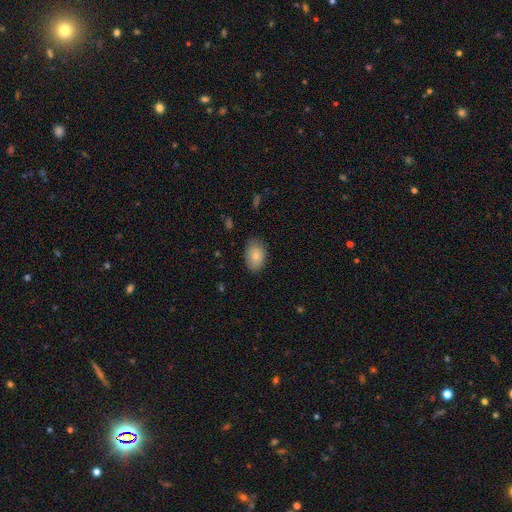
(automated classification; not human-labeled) Morphology: type=smooth (83%); roundness=in between (88%); merging=none (82%).